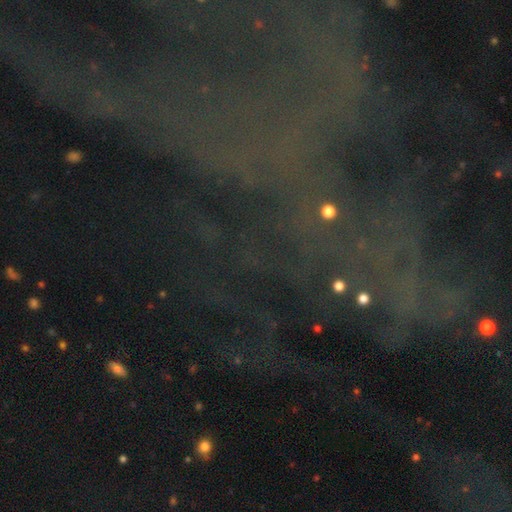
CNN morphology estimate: smooth-or-featured: star or artifact: 73% | featured or disk: 16% | smooth: 11%